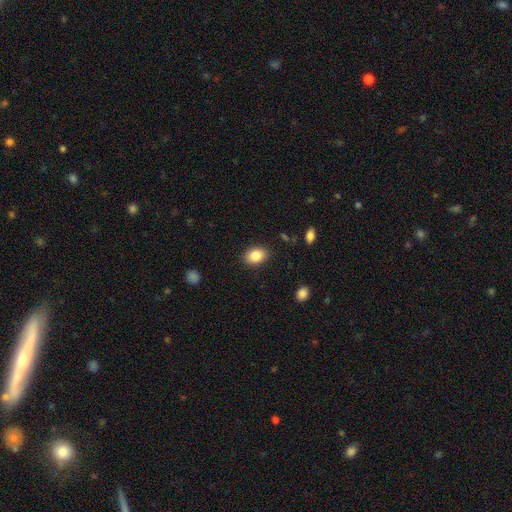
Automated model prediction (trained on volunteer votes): smooth-or-featured: smooth: 85% | star or artifact: 8% | featured or disk: 7%
  how-rounded: in between: 76% | round: 23% | cigar-shaped: 1%
  merging: none: 88% | minor disturbance: 9% | major disturbance: 2% | merger: 1%